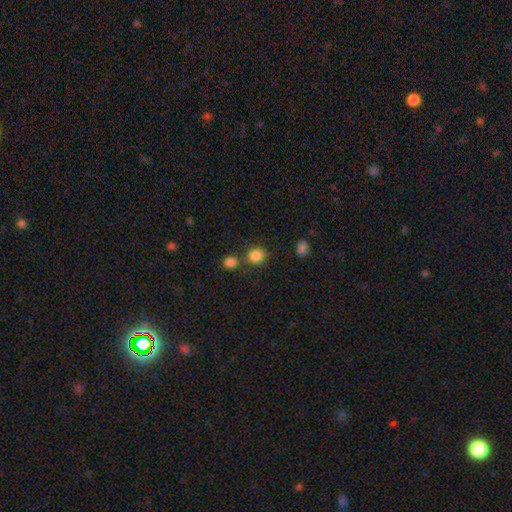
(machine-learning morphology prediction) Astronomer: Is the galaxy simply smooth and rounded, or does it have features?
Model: smooth — 85%.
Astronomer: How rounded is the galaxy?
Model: round — 85%.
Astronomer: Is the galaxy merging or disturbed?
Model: none — 70%.